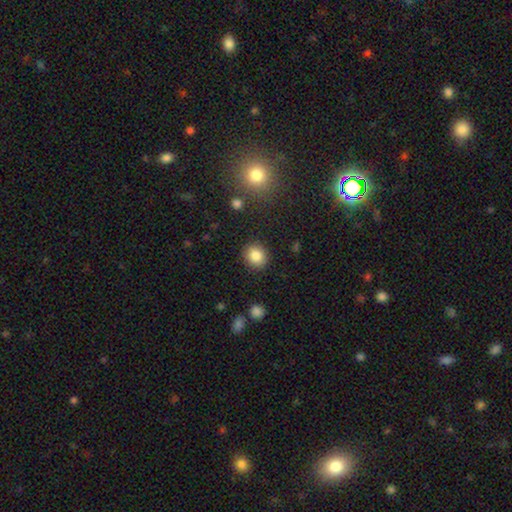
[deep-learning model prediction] Morphology: type=smooth (84%); roundness=round (78%); merging=none (89%).